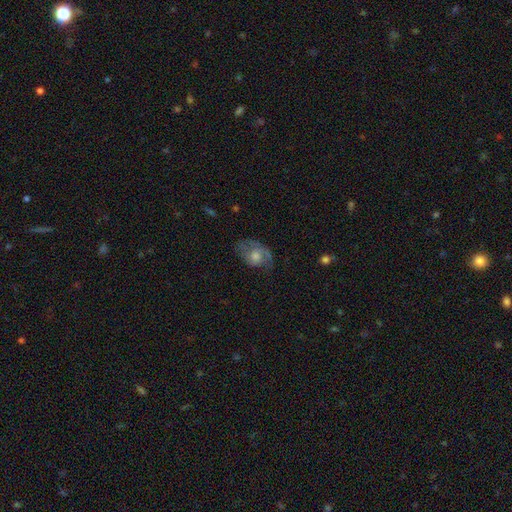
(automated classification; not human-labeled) The model was most divided on "smooth or featured": featured or disk: 56%, smooth: 34%, star or artifact: 10%. More confident: edge-on disk — no (95%); bar — no (77%); spiral arms — yes (73%); bulge size — moderate (56%); merging — none (56%).